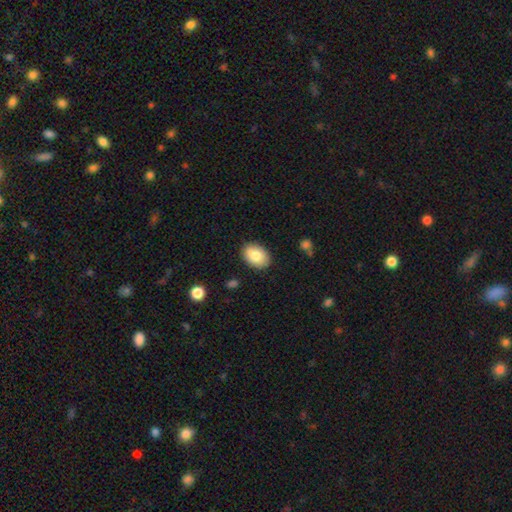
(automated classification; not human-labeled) Smooth or featured? Predicted: smooth (p=0.82). How rounded? Predicted: in between (p=0.83). Merging? Predicted: none (p=0.87).